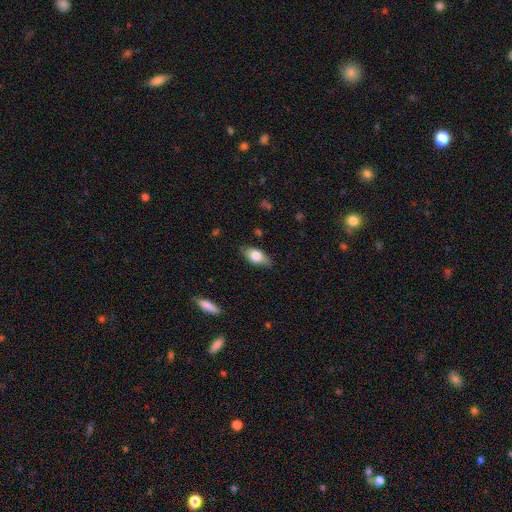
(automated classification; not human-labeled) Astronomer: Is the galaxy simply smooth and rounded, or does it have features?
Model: smooth — 74%.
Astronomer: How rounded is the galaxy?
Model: in between — 88%.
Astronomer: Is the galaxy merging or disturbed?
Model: none — 80%.